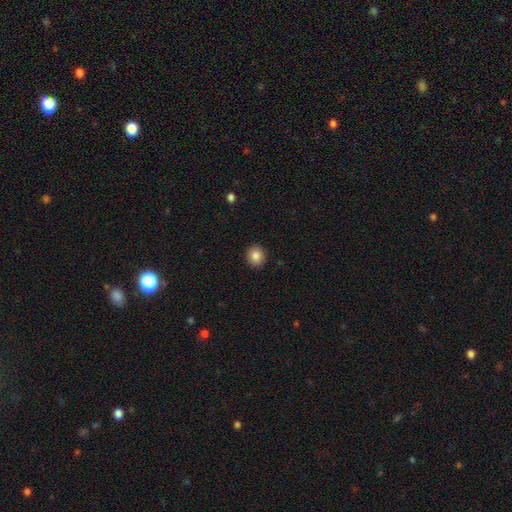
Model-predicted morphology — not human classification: This is clearly a smooth galaxy (85%). How rounded: likely round (80%). Merging: clearly none (92%).